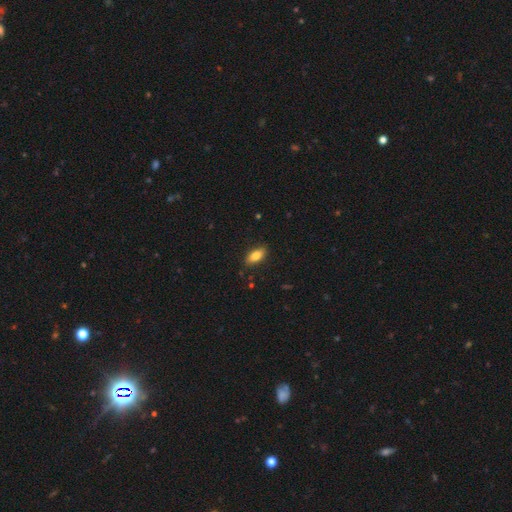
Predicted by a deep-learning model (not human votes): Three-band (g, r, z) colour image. It shows a smooth galaxy with no disk features (82%) that is in between round and cigar-shaped (86%). Merging: none (86%).